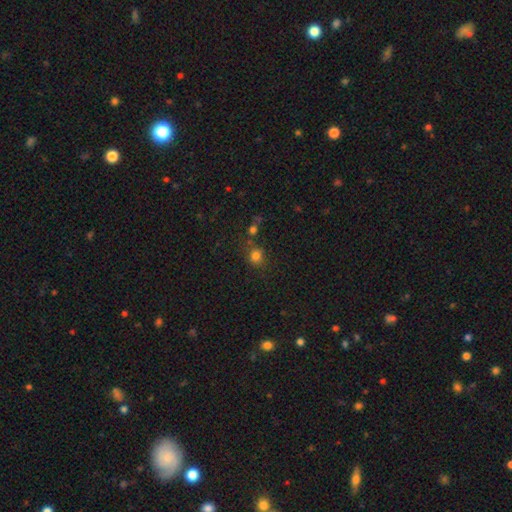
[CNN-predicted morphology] smooth_or_featured: smooth (p=0.77) [alt: star or artifact p=0.17]
how_rounded: round (p=0.81) [alt: in between p=0.18]
merging: none (p=0.68) [alt: merger p=0.14]